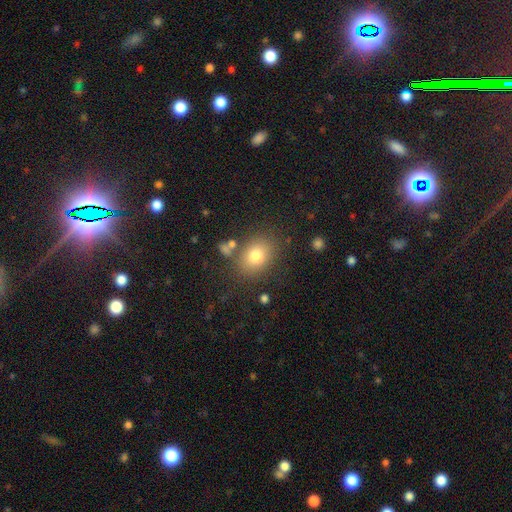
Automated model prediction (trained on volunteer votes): This appears to be a smooth galaxy with no disk features (78%) that is in between round and cigar-shaped (60%). Merging: none (76%).